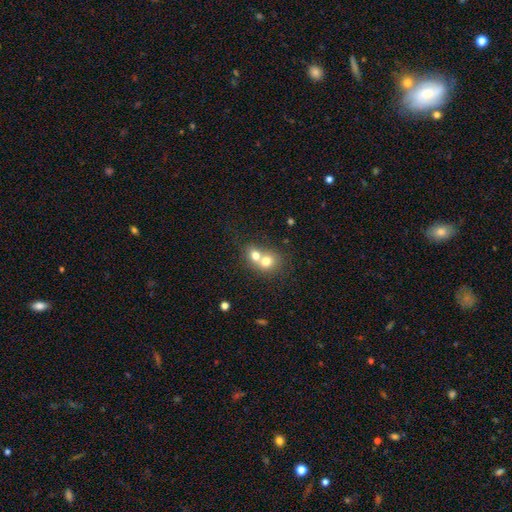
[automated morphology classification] A smooth galaxy with no disk features (71%) that is round (67%). Merging: merger (72%).